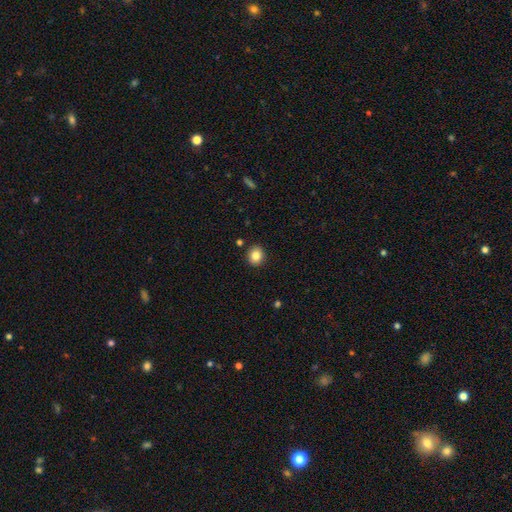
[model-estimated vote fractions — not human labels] A smooth galaxy with no disk features (84%) that is round (77%).

Vote fractions:
- Smooth or featured? smooth: 84% / star or artifact: 10% / featured or disk: 6%
- How rounded? round: 77% / in between: 22% / cigar-shaped: 1%
- Merging? none: 90% / minor disturbance: 6% / major disturbance: 2% / merger: 2%